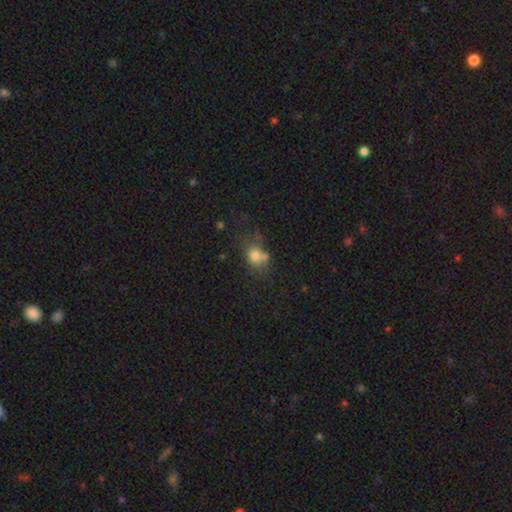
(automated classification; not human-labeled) The model was most divided on "merging": none: 42%, merger: 31%, minor disturbance: 17%, major disturbance: 10%. More confident: smooth or featured — smooth (74%); how rounded — round (60%).